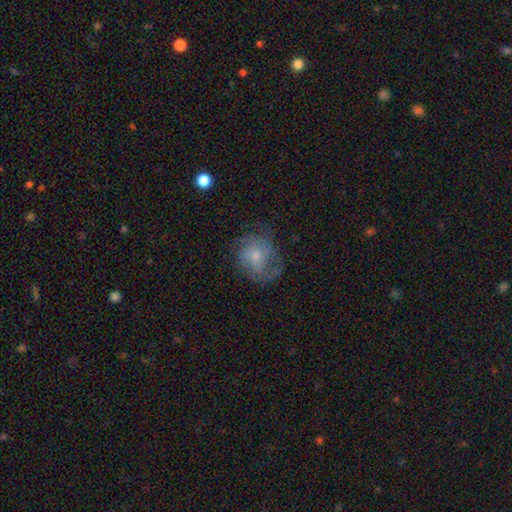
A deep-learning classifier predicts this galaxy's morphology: This appears to be a featured or disk galaxy (52%) with no bar (75%), spiral arms (72%) and a small central bulge (56%). Merging: none (56%).